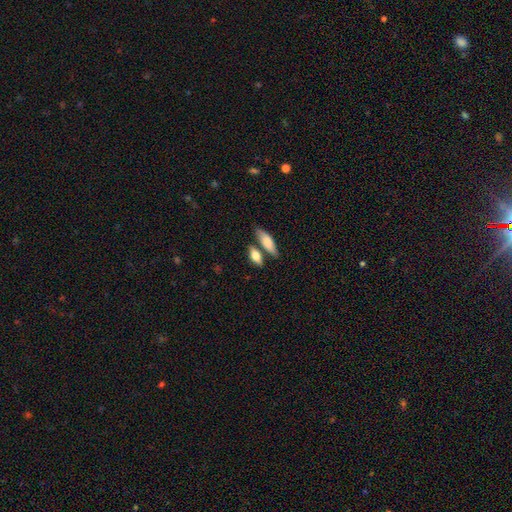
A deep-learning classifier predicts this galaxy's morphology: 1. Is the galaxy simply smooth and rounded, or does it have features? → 74% smooth, 20% featured or disk, 6% star or artifact.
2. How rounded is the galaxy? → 70% in between, 24% cigar-shaped, 5% round.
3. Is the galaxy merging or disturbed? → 60% none, 24% merger, 12% minor disturbance, 4% major disturbance.